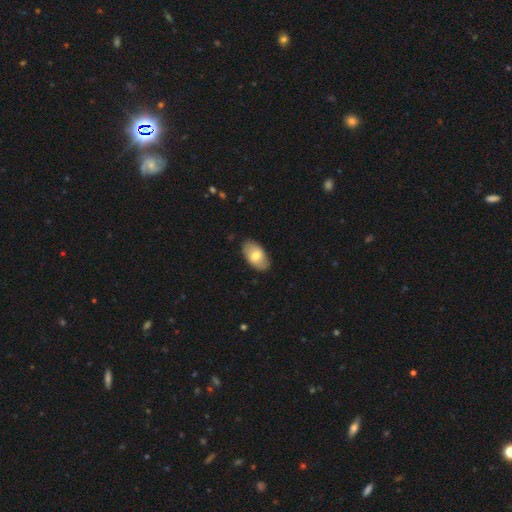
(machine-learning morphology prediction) Overall: smooth (66%; featured or disk 28%). How rounded: in between (94%). Merging: none (83%).